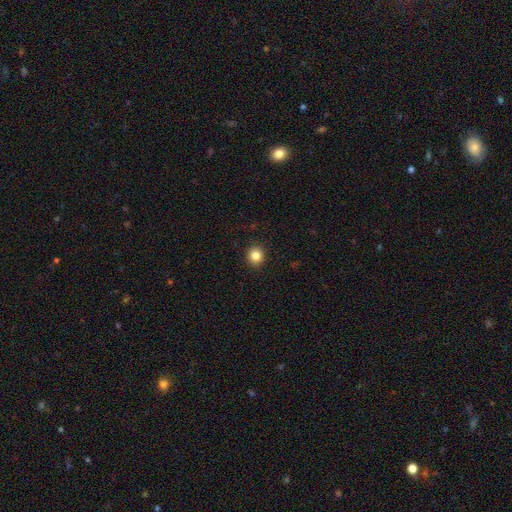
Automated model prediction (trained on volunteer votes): A smooth galaxy with no disk features (84%) that is round (91%).

Vote fractions:
- Smooth or featured? smooth: 84% / star or artifact: 11% / featured or disk: 5%
- How rounded? round: 91% / in between: 8% / cigar-shaped: 1%
- Merging? none: 93% / minor disturbance: 5% / major disturbance: 2% / merger: 1%